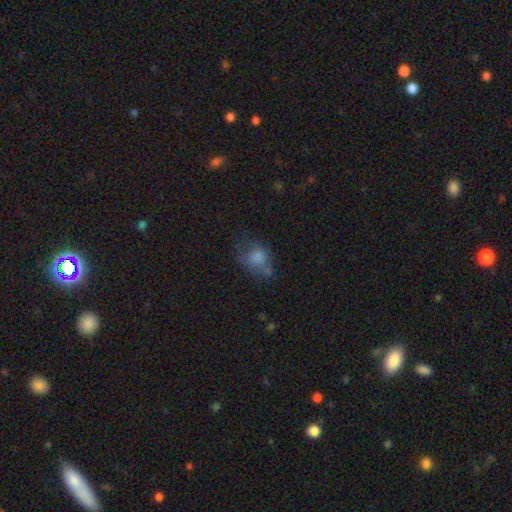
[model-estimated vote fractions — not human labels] Smooth or featured? smooth (66%)
How rounded? in between (51%)
Merging? none (43%)